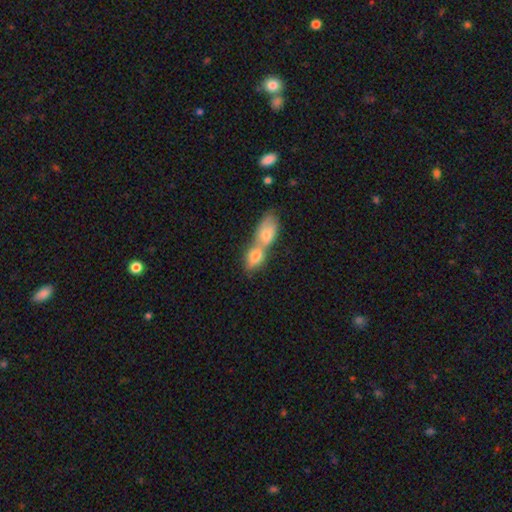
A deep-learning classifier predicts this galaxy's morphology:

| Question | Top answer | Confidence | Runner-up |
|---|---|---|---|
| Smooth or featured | smooth | 73% | featured or disk (19%) |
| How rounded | in between | 74% | round (19%) |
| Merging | merger | 76% | none (16%) |